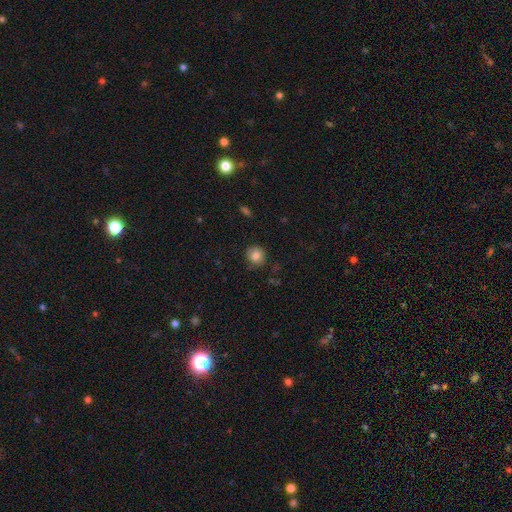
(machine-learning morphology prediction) This appears to be a smooth galaxy with no disk features (82%) that is round (83%). Merging: none (77%).